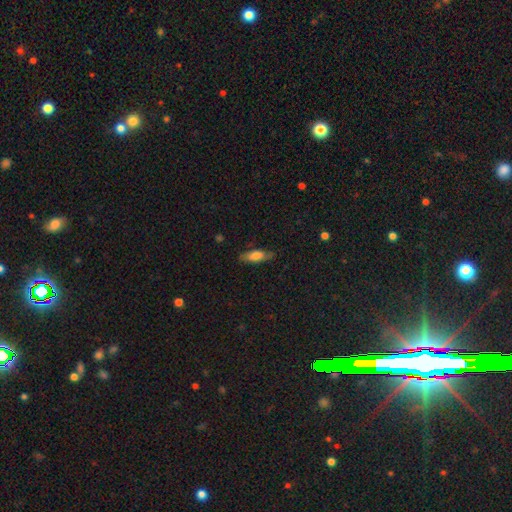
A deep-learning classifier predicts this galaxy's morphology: Q: Smooth or featured?
A: smooth (64%); runner-up: featured or disk (28%)
Q: How rounded?
A: in between (55%); runner-up: cigar-shaped (43%)
Q: Merging?
A: none (78%); runner-up: minor disturbance (17%)